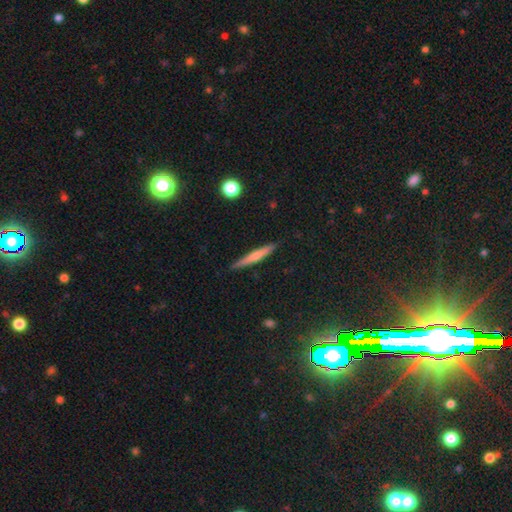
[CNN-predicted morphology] Smooth or featured: smooth — 56% (featured or disk — 37%)
How rounded: cigar-shaped — 95% (in between — 4%)
Merging: none — 88% (minor disturbance — 9%)